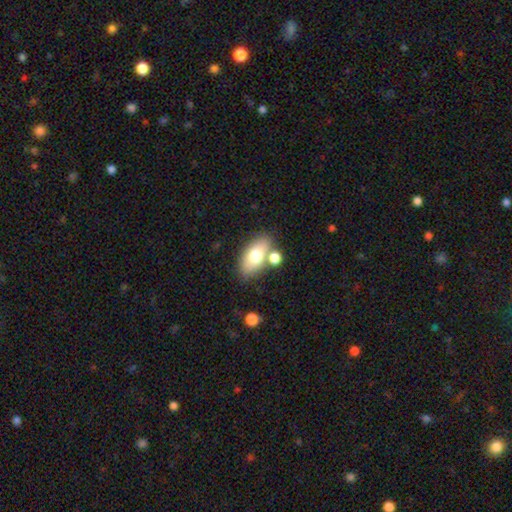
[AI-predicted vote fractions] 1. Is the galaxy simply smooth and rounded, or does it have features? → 71% smooth, 21% featured or disk, 8% star or artifact.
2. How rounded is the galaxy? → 89% in between, 7% round, 4% cigar-shaped.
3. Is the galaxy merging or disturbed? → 67% none, 17% merger, 12% minor disturbance, 4% major disturbance.